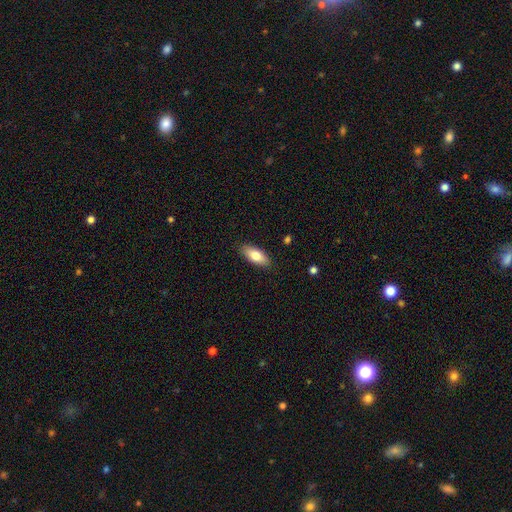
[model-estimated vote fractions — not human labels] Smooth or featured?
  - smooth: 77% *
  - featured or disk: 16%
  - star or artifact: 6%
How rounded?
  - in between: 81% *
  - cigar-shaped: 16%
  - round: 2%
Merging?
  - none: 88% *
  - minor disturbance: 9%
  - major disturbance: 2%
  - merger: 1%